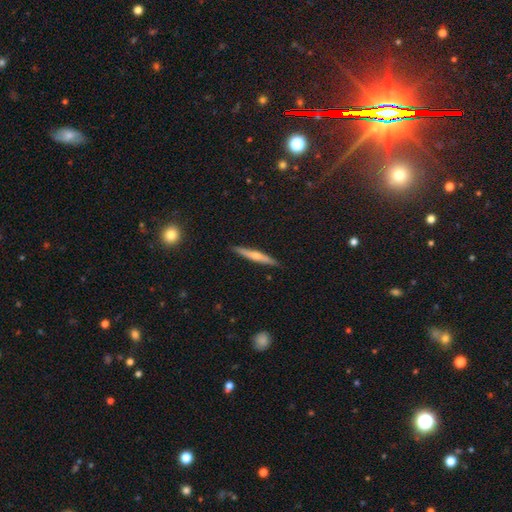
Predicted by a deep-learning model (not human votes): The model was most divided on "smooth or featured": smooth: 47%, featured or disk: 46%, star or artifact: 6%. More confident: merging — none (90%).